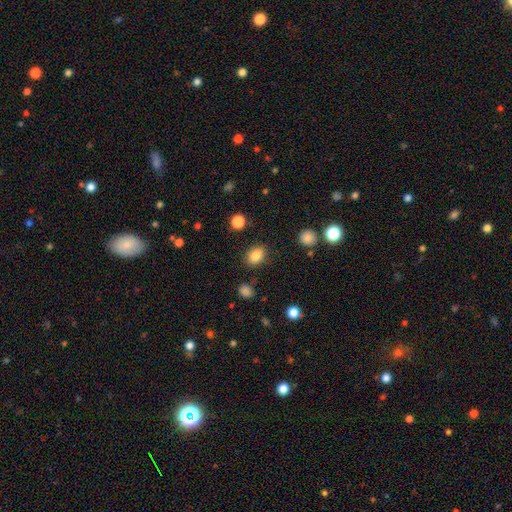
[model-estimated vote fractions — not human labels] Smooth or featured? smooth (85%)
How rounded? in between (65%)
Merging? none (85%)